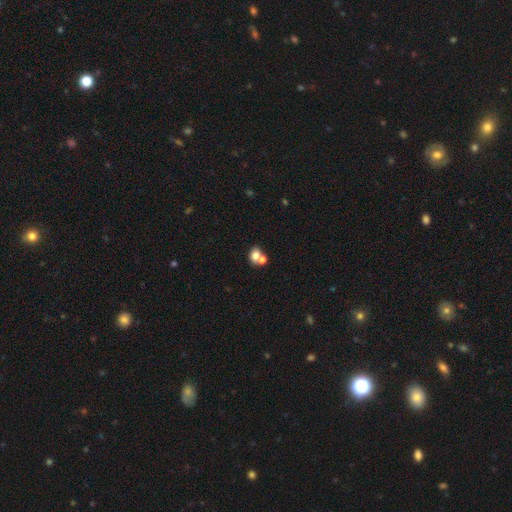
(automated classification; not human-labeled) A smooth galaxy with no disk features (74%) that is in between round and cigar-shaped (51%). Merging: merger (51%).